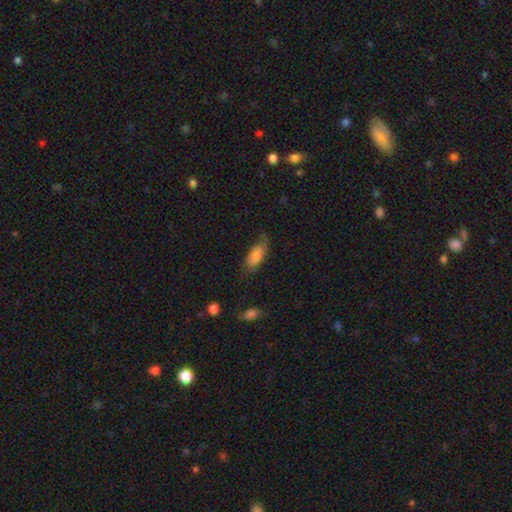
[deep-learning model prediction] Q: Smooth or featured?
A: smooth (66%); runner-up: featured or disk (27%)
Q: How rounded?
A: in between (87%); runner-up: cigar-shaped (9%)
Q: Merging?
A: none (53%); runner-up: minor disturbance (30%)